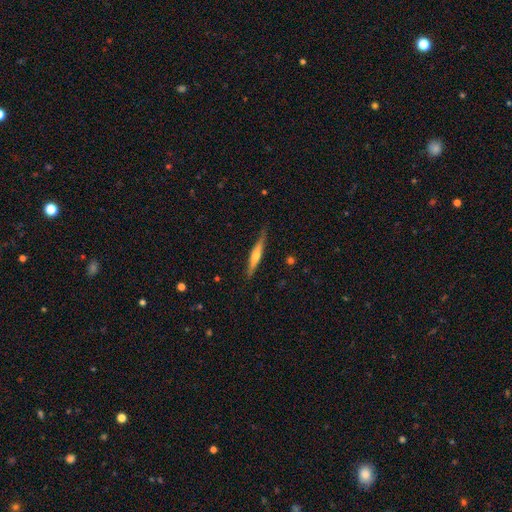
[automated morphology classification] featured or disk 57%, smooth 37%, star or artifact 6%. Down the decision tree: edge-on disk — yes (96%); edge-on bulge — rounded (80%); merging — none (78%).